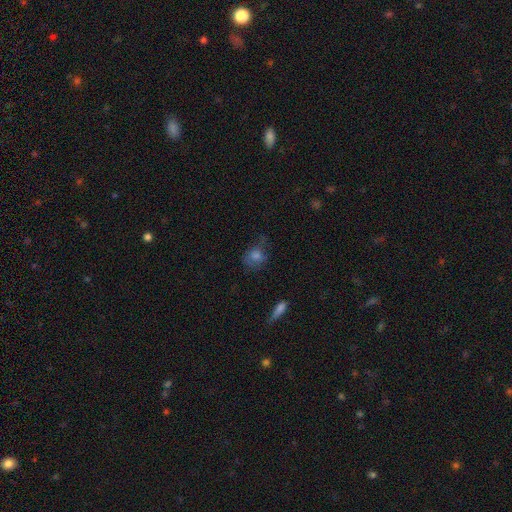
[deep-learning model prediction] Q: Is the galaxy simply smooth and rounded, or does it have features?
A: smooth — 63%.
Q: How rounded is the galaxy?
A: round — 53%.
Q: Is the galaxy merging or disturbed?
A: none — 46%.